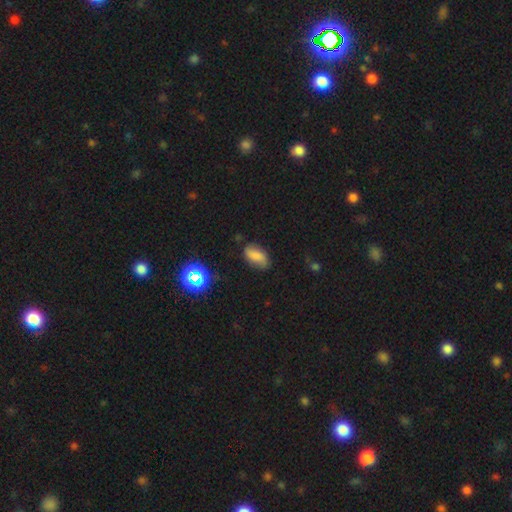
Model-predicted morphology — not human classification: A smooth galaxy with no disk features (63%) that is in between round and cigar-shaped (90%). Merging: none (70%).